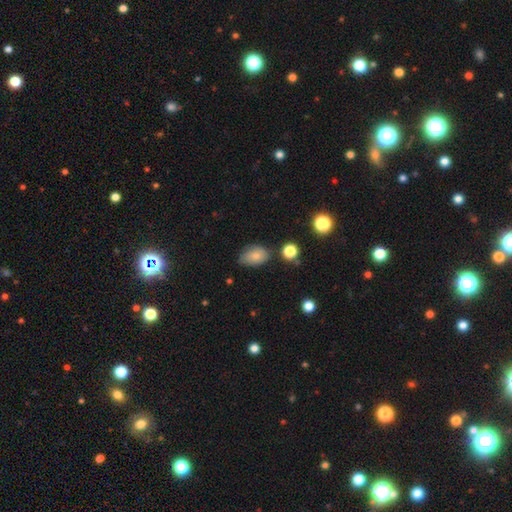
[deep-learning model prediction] A smooth galaxy with no disk features (79%) that is in between round and cigar-shaped (85%). Merging: none (62%).